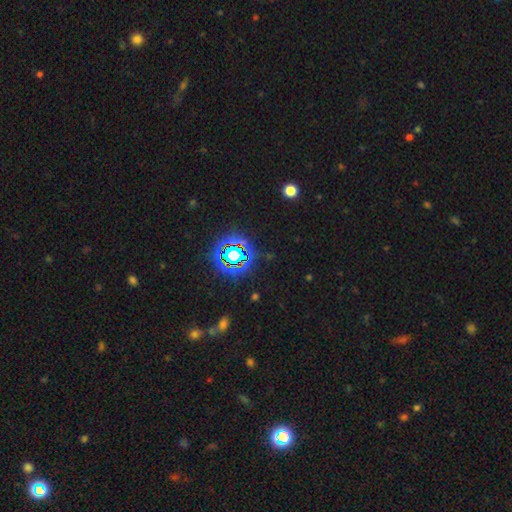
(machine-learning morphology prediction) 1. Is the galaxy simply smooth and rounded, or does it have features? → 75% star or artifact, 16% smooth, 10% featured or disk.